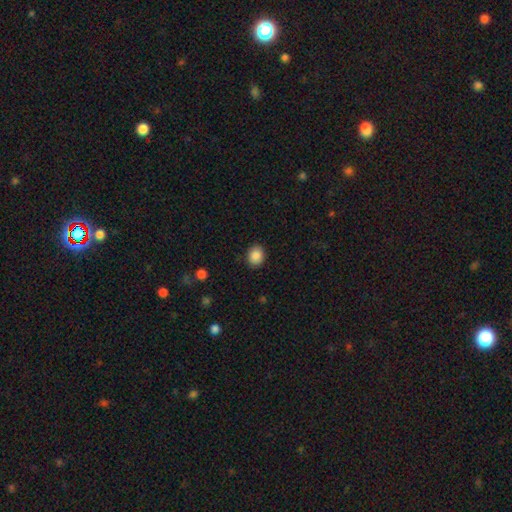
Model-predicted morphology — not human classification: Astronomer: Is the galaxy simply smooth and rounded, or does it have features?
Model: smooth — 88%.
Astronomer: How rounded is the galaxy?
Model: round — 57% (runner-up: in between, 42%).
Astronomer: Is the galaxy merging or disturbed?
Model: none — 89%.